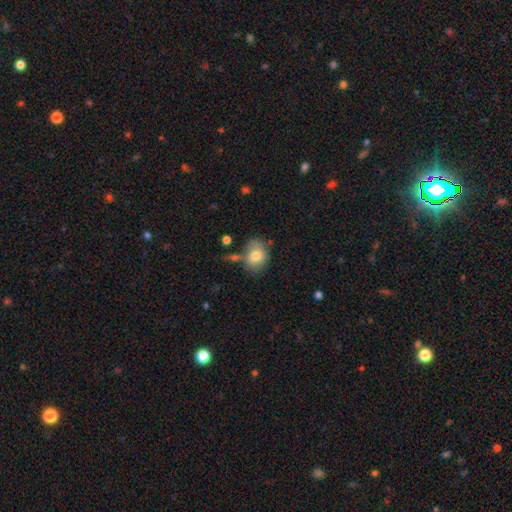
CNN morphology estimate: Overall: smooth (77%). How rounded: in between (60%; round 39%). Merging: none (57%; minor disturbance 24%).